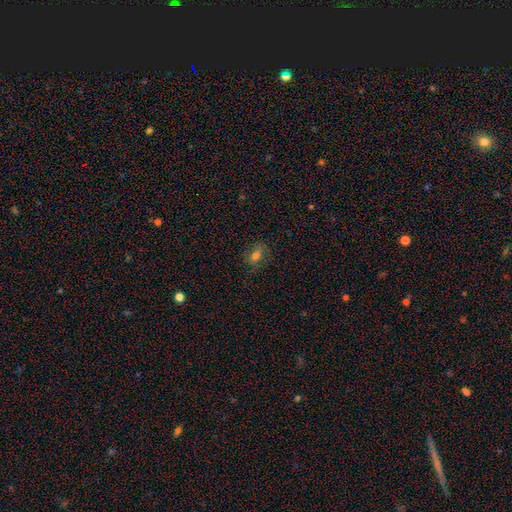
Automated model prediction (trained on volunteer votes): Overall: smooth (64%). How rounded: in between (70%). Merging: none (78%).